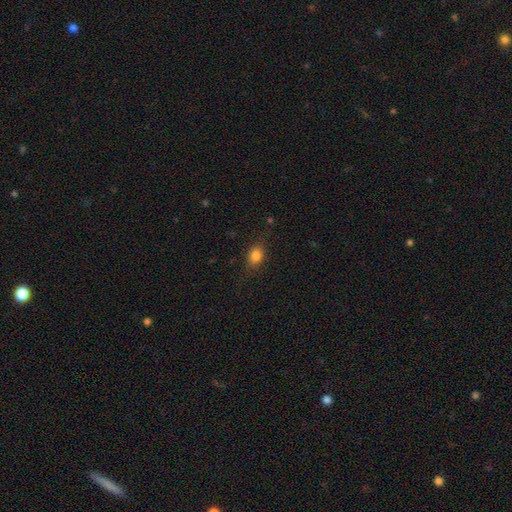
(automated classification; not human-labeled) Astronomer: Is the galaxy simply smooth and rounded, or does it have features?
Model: smooth — 80%.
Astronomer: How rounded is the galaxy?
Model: in between — 62%.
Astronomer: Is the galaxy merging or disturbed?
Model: none — 79%.